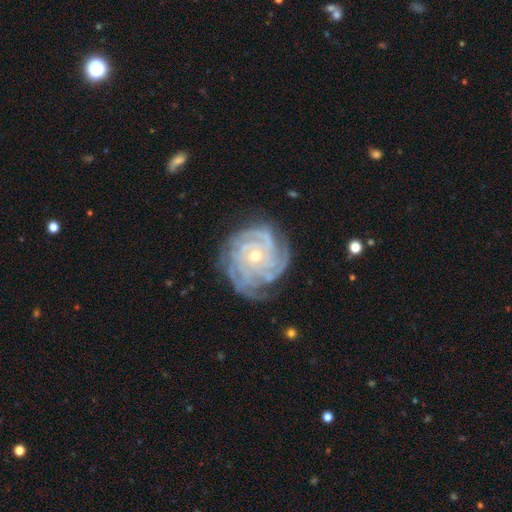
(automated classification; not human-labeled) Overall: featured or disk (90%). Edge-on disk: no (98%). Bar: no (77%). Spiral arms: yes (98%). Spiral arm count: 4 (29%; more than 4 21%). Spiral winding: tight (81%). Bulge size: small (59%; moderate 38%). Merging: none (74%).